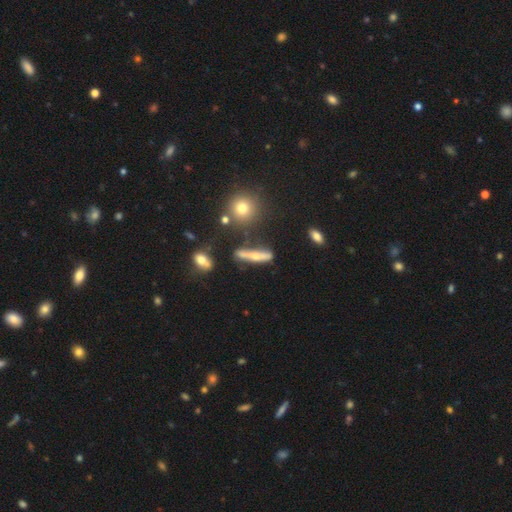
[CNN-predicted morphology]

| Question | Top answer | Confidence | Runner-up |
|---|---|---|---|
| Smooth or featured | featured or disk | 49% | smooth (40%) |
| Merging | none | 69% | minor disturbance (17%) |